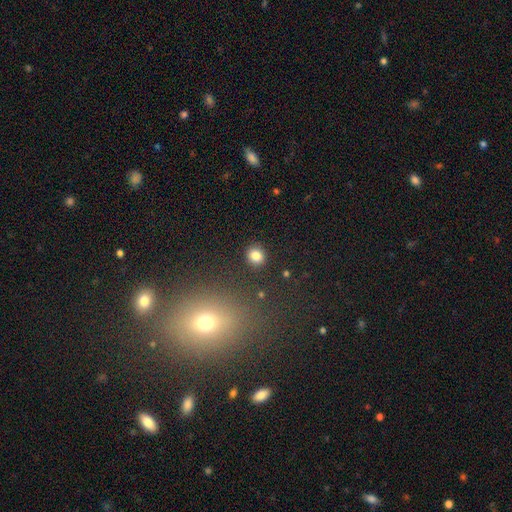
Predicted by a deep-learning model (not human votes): A smooth galaxy with no disk features (83%) that is round (78%).

Vote fractions:
- Smooth or featured? smooth: 83% / star or artifact: 11% / featured or disk: 6%
- How rounded? round: 78% / in between: 21% / cigar-shaped: 1%
- Merging? none: 89% / minor disturbance: 6% / major disturbance: 2% / merger: 2%